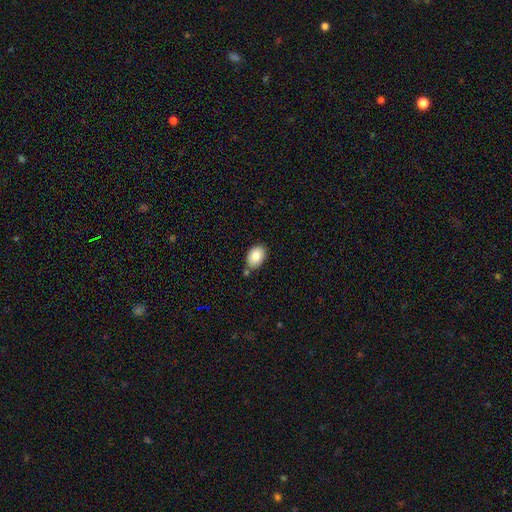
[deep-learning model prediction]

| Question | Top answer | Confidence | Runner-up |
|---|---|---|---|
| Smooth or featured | smooth | 83% | featured or disk (10%) |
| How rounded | in between | 82% | round (17%) |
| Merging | none | 74% | minor disturbance (15%) |